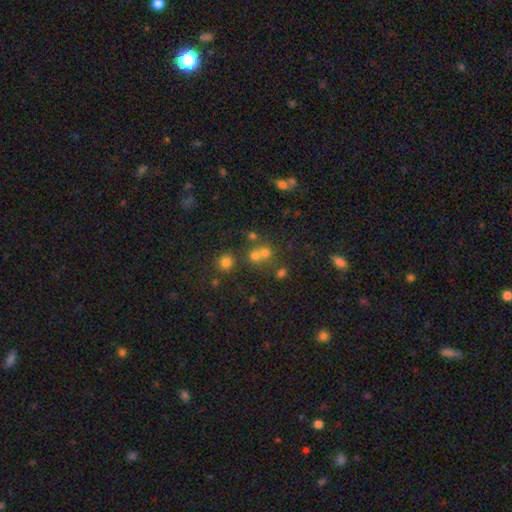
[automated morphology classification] The model was most divided on "merging": none: 50%, merger: 39%, minor disturbance: 7%, major disturbance: 4%. More confident: how rounded — round (84%); smooth or featured — smooth (64%).